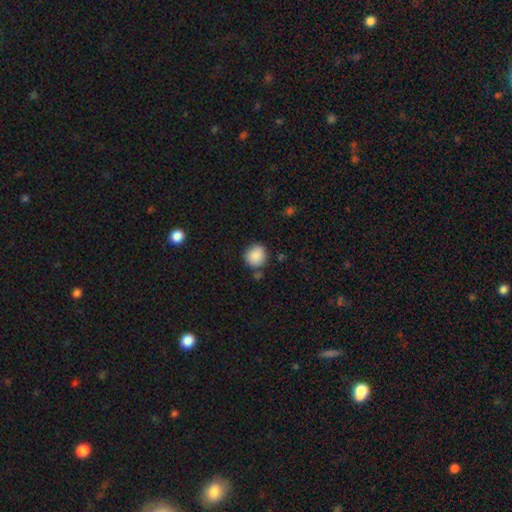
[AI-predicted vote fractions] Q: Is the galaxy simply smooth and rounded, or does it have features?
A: smooth — 88%.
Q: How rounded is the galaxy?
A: round — 80%.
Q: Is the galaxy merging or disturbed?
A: none — 76%.